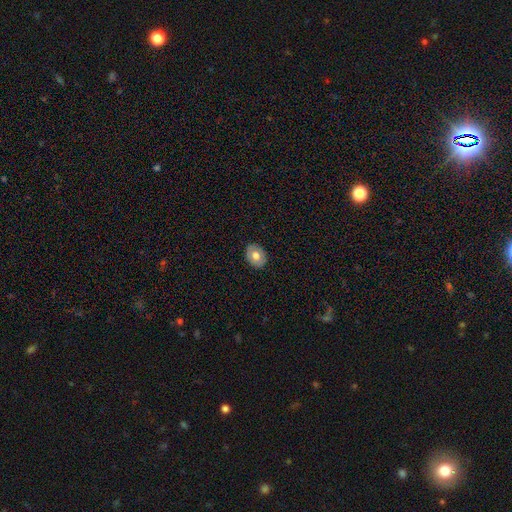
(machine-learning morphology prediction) Overall: smooth (67%). How rounded: in between (64%; round 35%). Merging: none (88%).